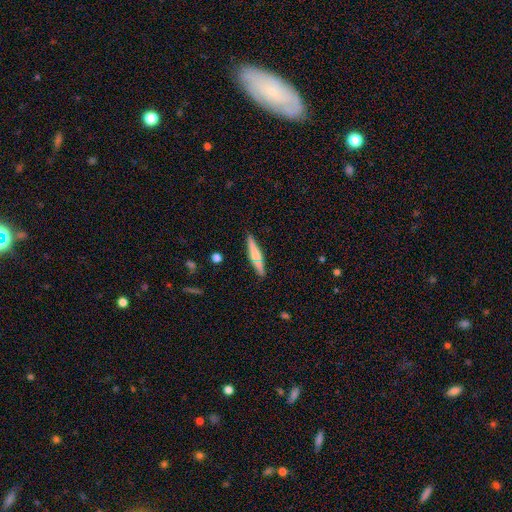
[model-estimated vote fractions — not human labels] Morphology: type=smooth (49%); merging=none (82%).